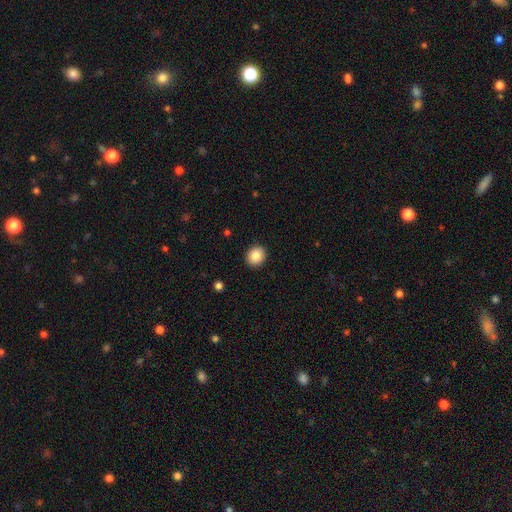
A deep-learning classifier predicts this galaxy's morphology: This appears to be a smooth galaxy with no disk features (86%) that is round (79%). Merging: none (92%).